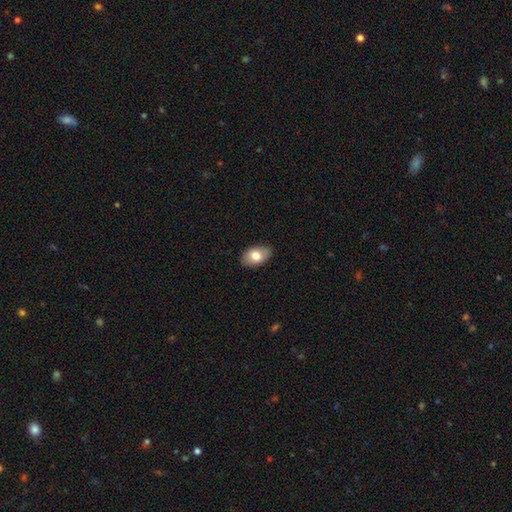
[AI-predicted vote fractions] smooth_or_featured: smooth (p=0.77) [alt: featured or disk p=0.16]
how_rounded: in between (p=0.91) [alt: round p=0.08]
merging: none (p=0.85) [alt: minor disturbance p=0.12]